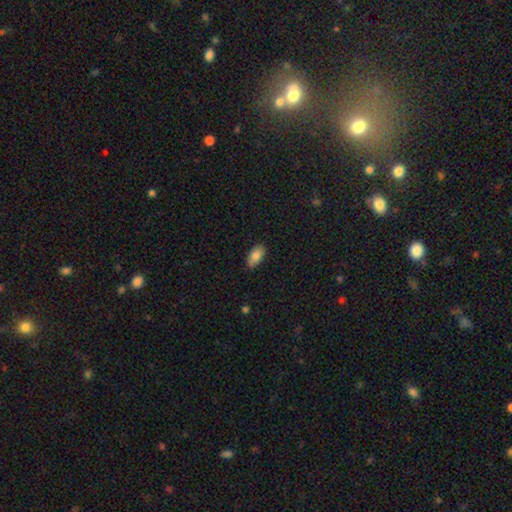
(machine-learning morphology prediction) A smooth galaxy with no disk features (82%) that is in between round and cigar-shaped (91%).

Vote fractions:
- Smooth or featured? smooth: 82% / featured or disk: 10% / star or artifact: 7%
- How rounded? in between: 91% / cigar-shaped: 6% / round: 3%
- Merging? none: 77% / minor disturbance: 19% / major disturbance: 3% / merger: 1%